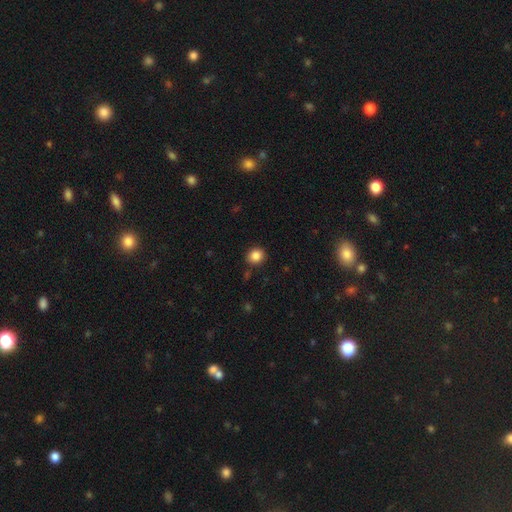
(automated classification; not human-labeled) Smooth or featured?
  - smooth: 87% *
  - star or artifact: 10%
  - featured or disk: 4%
How rounded?
  - round: 83% *
  - in between: 16%
  - cigar-shaped: 1%
Merging?
  - none: 88% *
  - minor disturbance: 8%
  - major disturbance: 2%
  - merger: 2%